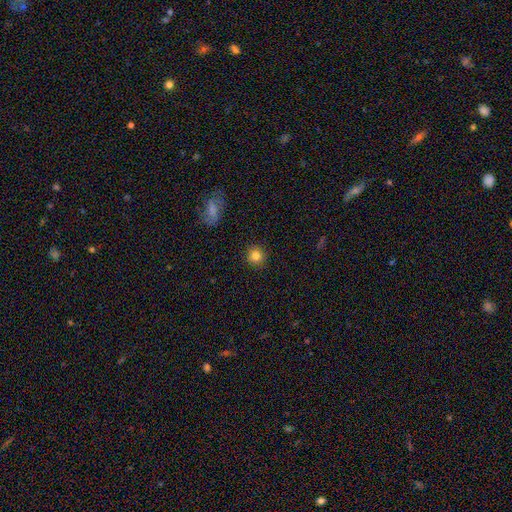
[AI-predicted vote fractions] Morphology: type=smooth (82%); roundness=round (93%); merging=none (92%).